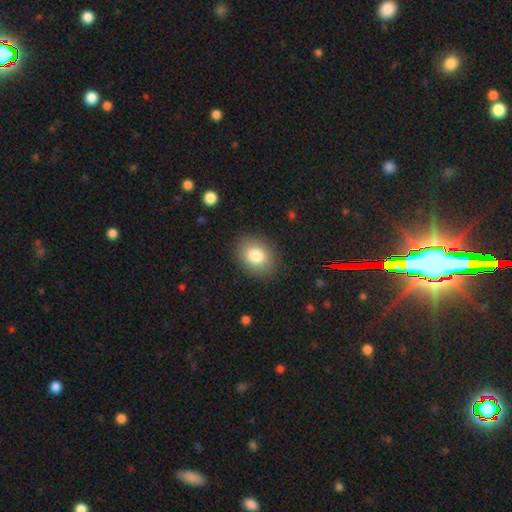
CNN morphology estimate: smooth_or_featured: smooth (p=0.82) [alt: featured or disk p=0.09]
how_rounded: in between (p=0.52) [alt: round p=0.47]
merging: none (p=0.87) [alt: minor disturbance p=0.09]